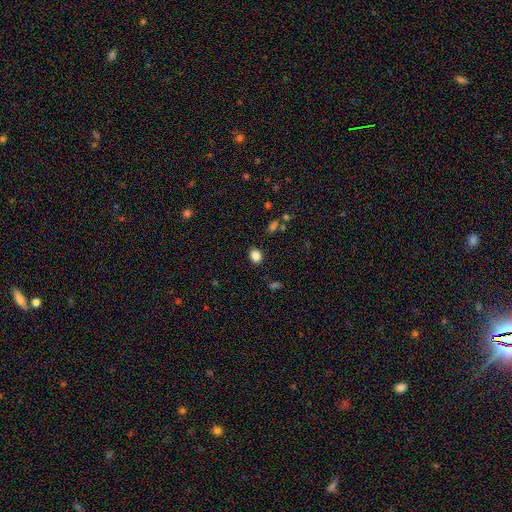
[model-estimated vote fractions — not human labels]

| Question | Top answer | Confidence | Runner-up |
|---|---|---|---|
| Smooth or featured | smooth | 85% | star or artifact (11%) |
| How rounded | round | 55% | in between (44%) |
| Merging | none | 87% | minor disturbance (8%) |